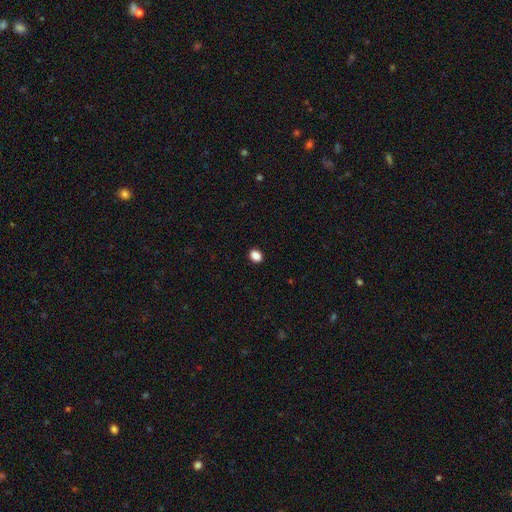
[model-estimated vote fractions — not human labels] Smooth or featured? Predicted: smooth (p=0.87). How rounded? Predicted: in between (p=0.56). Merging? Predicted: none (p=0.91).